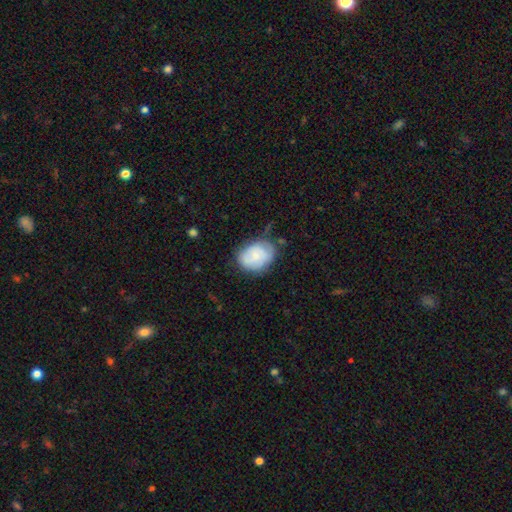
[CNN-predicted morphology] Overall: smooth (63%; featured or disk 30%). How rounded: in between (67%; round 32%). Merging: none (61%; minor disturbance 28%).